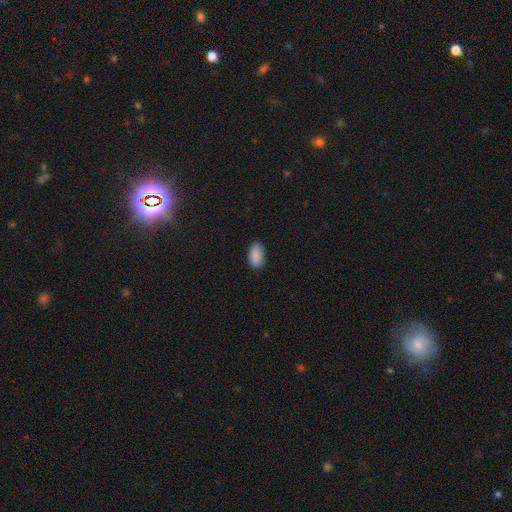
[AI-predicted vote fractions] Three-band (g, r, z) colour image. It shows a smooth galaxy with no disk features (89%) that is in between round and cigar-shaped (94%). Merging: none (78%).